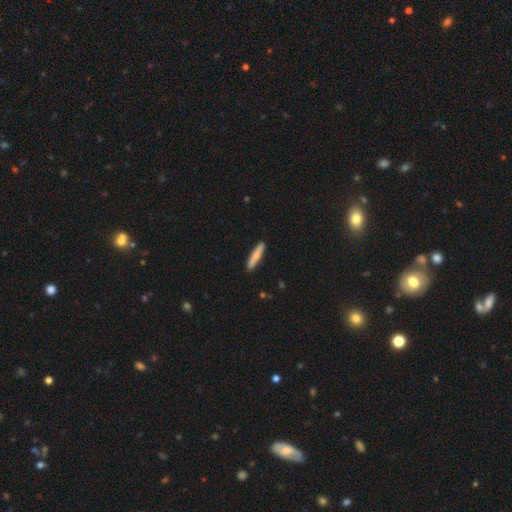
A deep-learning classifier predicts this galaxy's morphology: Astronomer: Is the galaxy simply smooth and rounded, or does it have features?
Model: smooth — 76%.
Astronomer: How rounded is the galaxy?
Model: cigar-shaped — 90%.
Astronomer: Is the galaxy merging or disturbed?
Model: none — 90%.